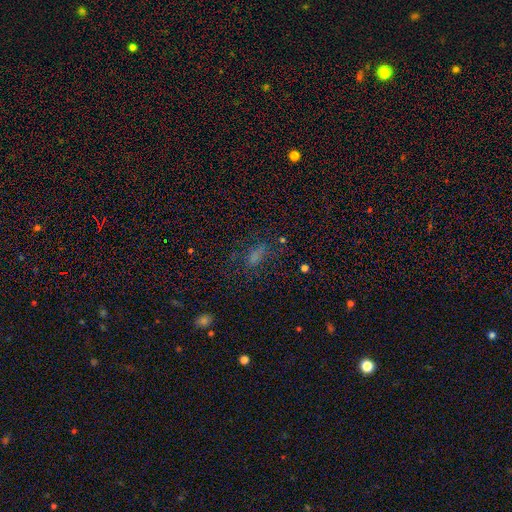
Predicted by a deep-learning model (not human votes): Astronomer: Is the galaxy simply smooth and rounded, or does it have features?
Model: smooth — 57%.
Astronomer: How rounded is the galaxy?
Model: in between — 70%.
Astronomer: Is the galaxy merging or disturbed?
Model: none — 56%.